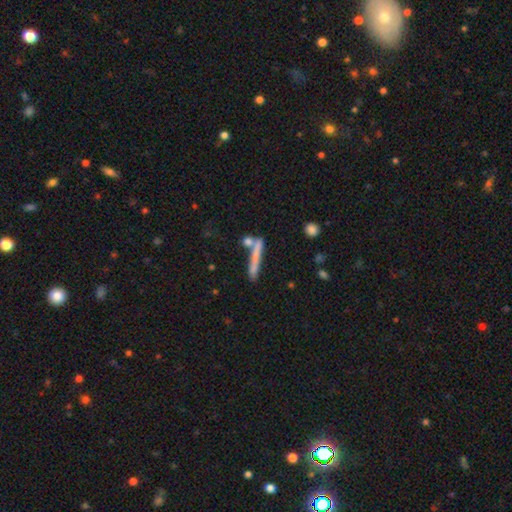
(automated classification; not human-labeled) Smooth or featured? smooth (62%)
How rounded? cigar-shaped (92%)
Merging? none (65%)